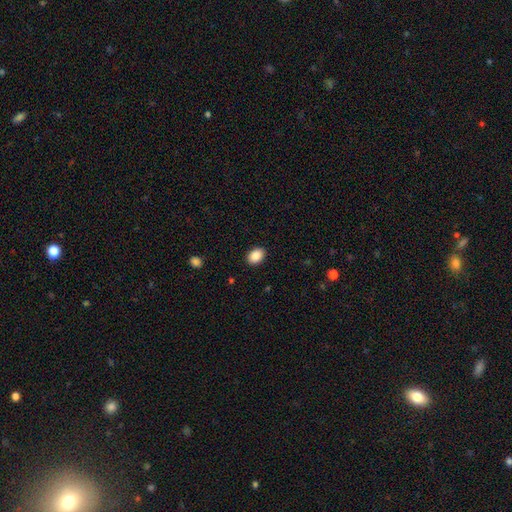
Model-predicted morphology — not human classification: Smooth or featured? smooth (89%)
How rounded? in between (75%)
Merging? none (90%)